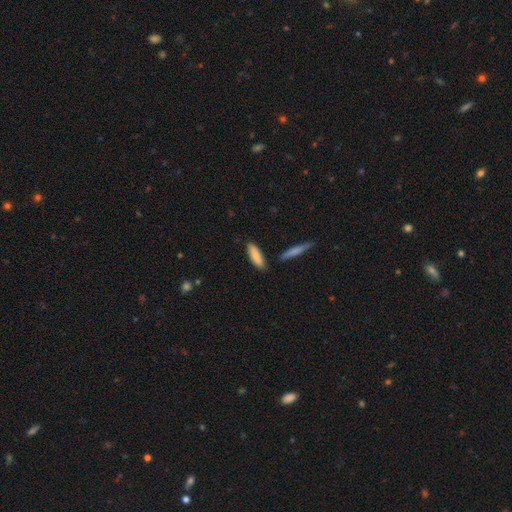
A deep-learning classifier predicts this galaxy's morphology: type=smooth (83%); roundness=in between (53%); merging=none (81%).